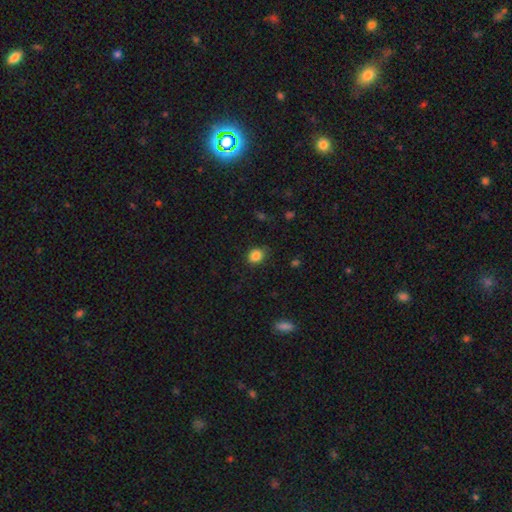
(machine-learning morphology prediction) This is clearly a smooth galaxy (85%). How rounded: likely round (63%). Merging: clearly none (81%).